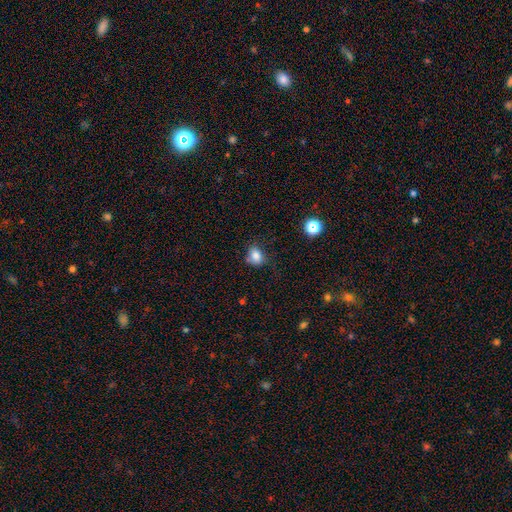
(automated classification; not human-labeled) Morphology: type=smooth (83%); roundness=in between (51%); merging=none (63%).